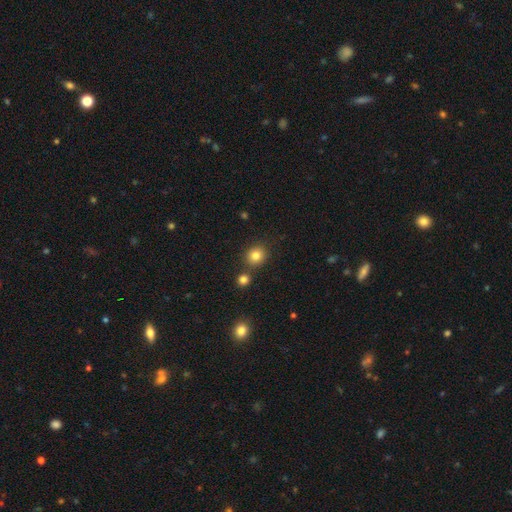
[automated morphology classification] type=smooth (82%); roundness=round (78%); merging=none (77%).